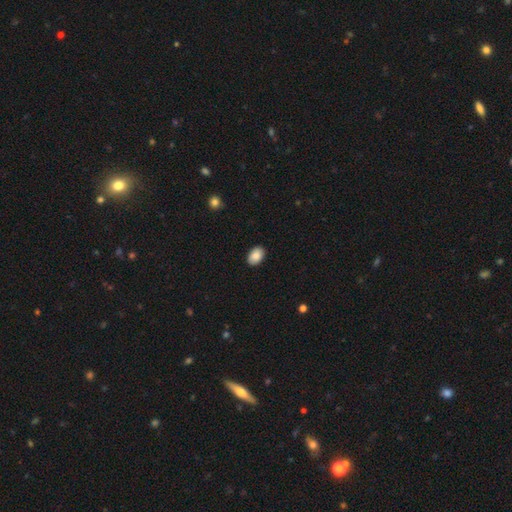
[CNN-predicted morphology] smooth-or-featured: smooth: 88% | star or artifact: 7% | featured or disk: 5%
  how-rounded: in between: 88% | round: 11% | cigar-shaped: 1%
  merging: none: 90% | minor disturbance: 8% | major disturbance: 2% | merger: 1%